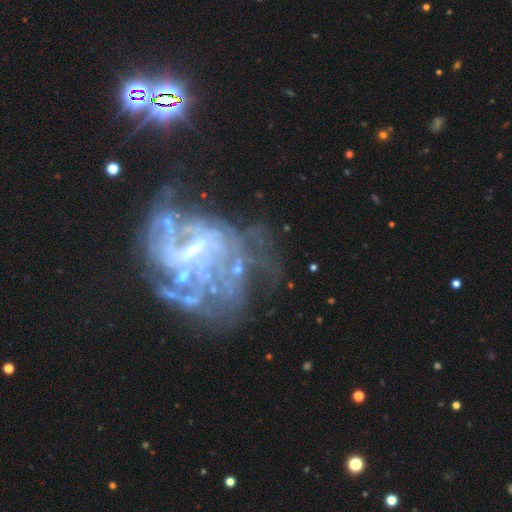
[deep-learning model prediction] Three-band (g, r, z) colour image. It shows a featured or disk galaxy (74%) with a weak bar (41%), spiral arms (59%) and no central bulge (39%, tied with small). Merging: major disturbance (42%).